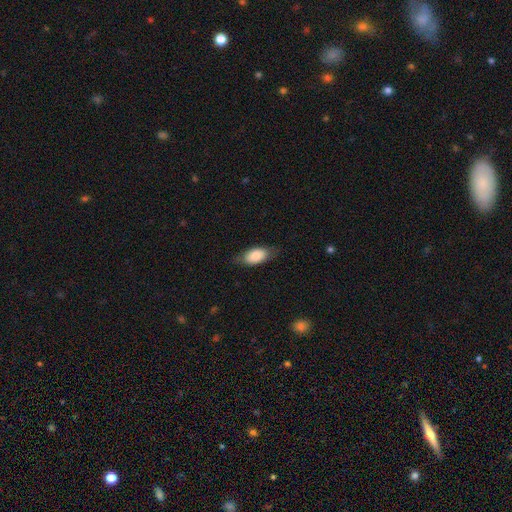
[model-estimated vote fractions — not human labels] Morphology: type=smooth (80%); roundness=in between (89%); merging=none (73%).